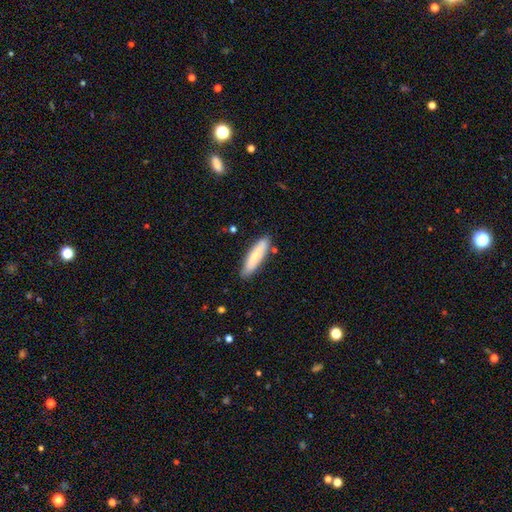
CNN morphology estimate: smooth_or_featured: smooth (p=0.75) [alt: featured or disk p=0.19]
how_rounded: cigar-shaped (p=0.74) [alt: in between p=0.25]
merging: none (p=0.84) [alt: minor disturbance p=0.11]